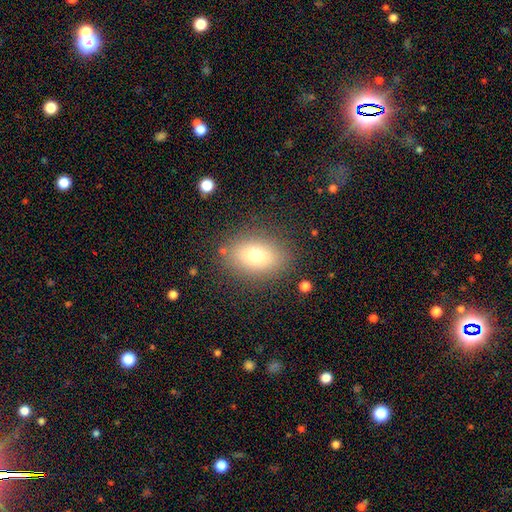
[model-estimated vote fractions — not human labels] This appears to be a smooth galaxy with no disk features (73%) that is in between round and cigar-shaped (77%). Merging: none (84%).